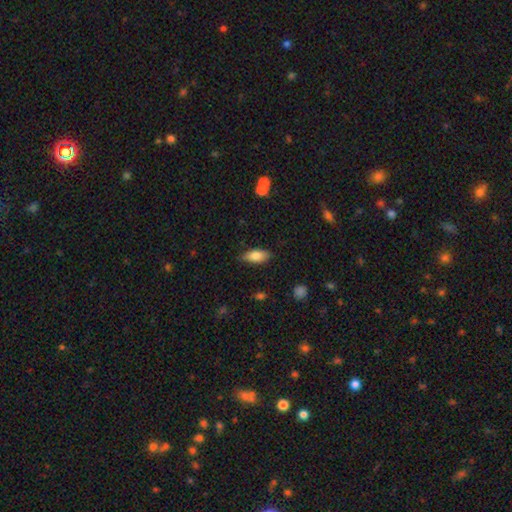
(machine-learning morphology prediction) A smooth galaxy with no disk features (82%) that is in between round and cigar-shaped (86%). Merging: none (81%).